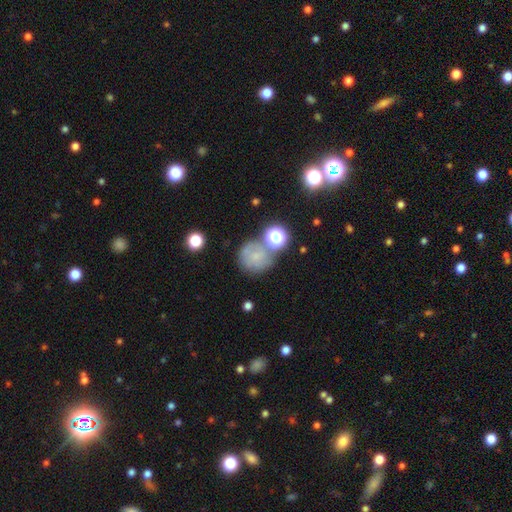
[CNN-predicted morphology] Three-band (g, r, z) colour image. It shows a smooth galaxy with no disk features (55%) that is round (85%). Merging: none (57%).